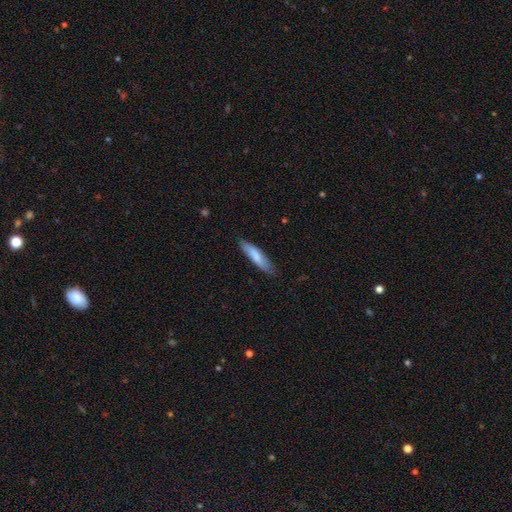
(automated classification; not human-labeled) Smooth or featured? smooth (78%)
How rounded? cigar-shaped (77%)
Merging? none (80%)